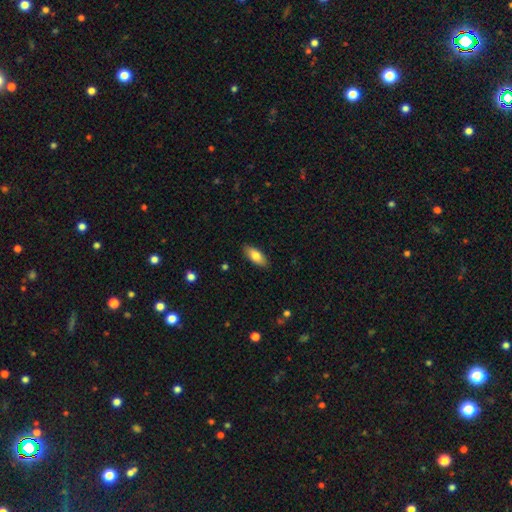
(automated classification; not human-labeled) Morphology: type=smooth (80%); roundness=in between (82%); merging=none (88%).